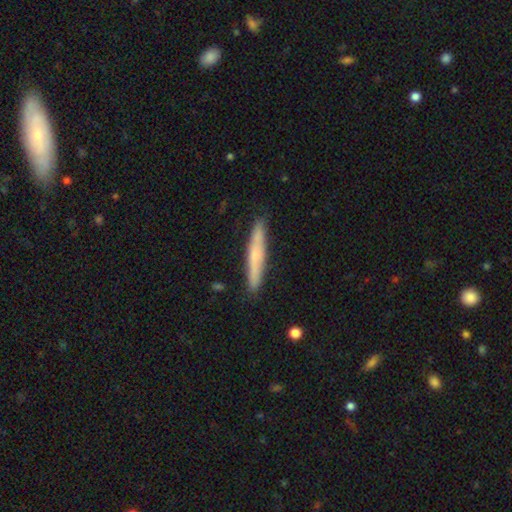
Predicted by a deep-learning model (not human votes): A smooth galaxy with no disk features (57%) that is cigar-shaped (95%). Merging: none (88%).